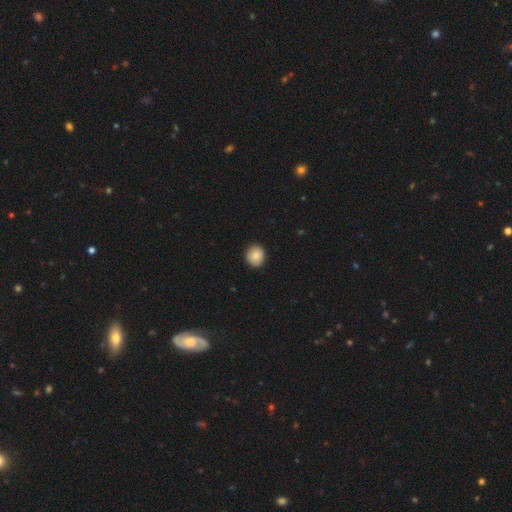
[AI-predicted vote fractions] Smooth or featured: smooth — 85% (star or artifact — 8%)
How rounded: round — 86% (in between — 13%)
Merging: none — 90% (minor disturbance — 8%)